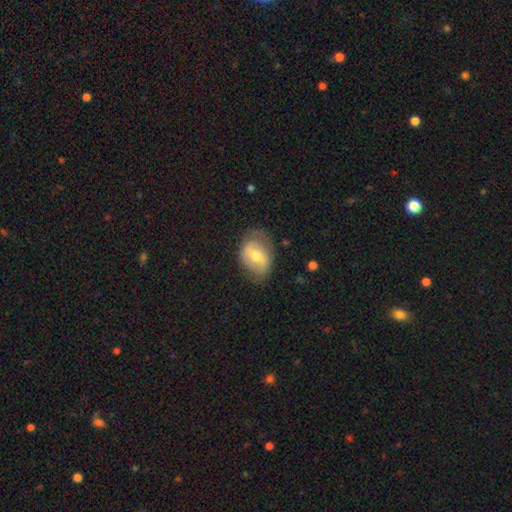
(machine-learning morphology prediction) featured or disk 54%, smooth 40%, star or artifact 7%. Down the decision tree: edge-on disk — no (95%); bar — weak (44%); spiral arms — yes (55%); bulge size — moderate (74%); merging — none (70%).